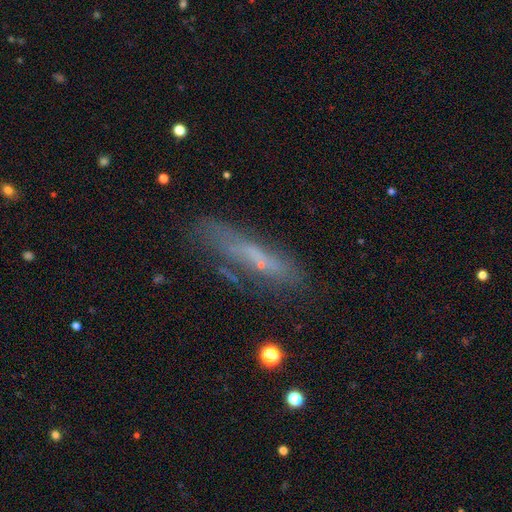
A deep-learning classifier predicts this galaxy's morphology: Smooth or featured: featured or disk — 46% (smooth — 41%)
Merging: none — 58% (minor disturbance — 24%)